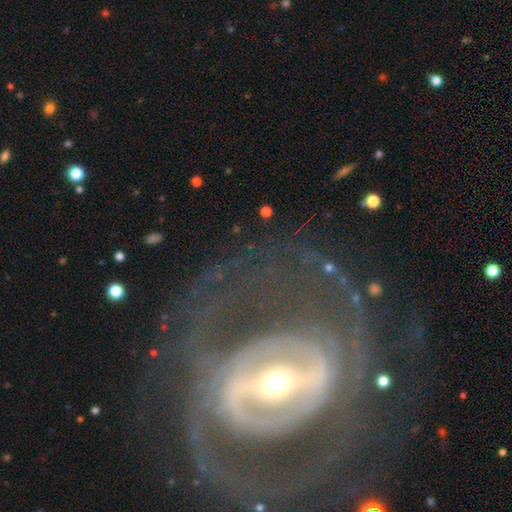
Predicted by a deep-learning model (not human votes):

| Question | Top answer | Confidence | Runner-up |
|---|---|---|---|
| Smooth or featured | featured or disk | 88% | star or artifact (6%) |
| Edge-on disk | no | 94% | yes (6%) |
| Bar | strong | 71% | weak (20%) |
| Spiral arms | yes | 80% | no (20%) |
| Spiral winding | tight | 55% | medium (32%) |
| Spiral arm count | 2 | 38% | can't tell (33%) |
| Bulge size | small | 49% | moderate (42%) |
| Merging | none | 68% | major disturbance (18%) |